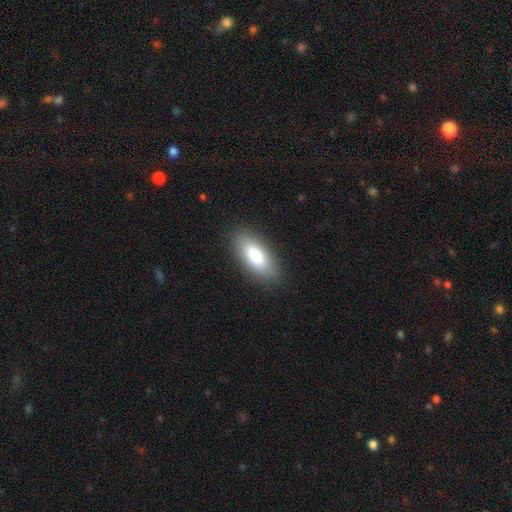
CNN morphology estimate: Overall: smooth (79%). How rounded: in between (85%). Merging: none (87%).